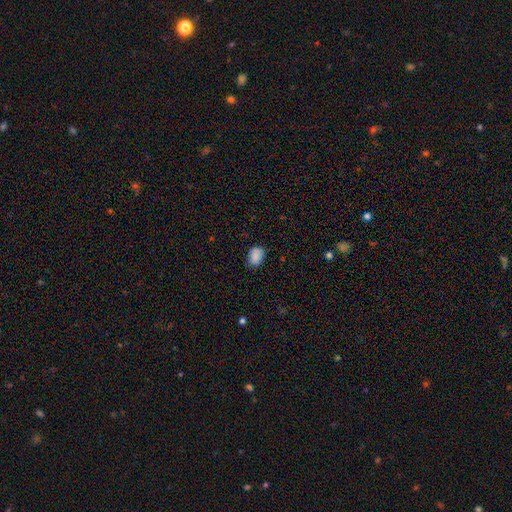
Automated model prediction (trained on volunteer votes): smooth_or_featured: smooth (p=0.86) [alt: star or artifact p=0.08]
how_rounded: in between (p=0.70) [alt: round p=0.29]
merging: none (p=0.76) [alt: minor disturbance p=0.20]